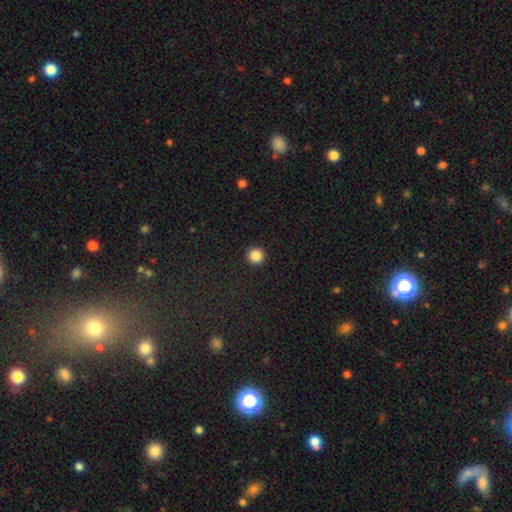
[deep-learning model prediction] A smooth galaxy with no disk features (86%) that is round (96%).

Vote fractions:
- Smooth or featured? smooth: 86% / star or artifact: 11% / featured or disk: 4%
- How rounded? round: 96% / in between: 3% / cigar-shaped: 1%
- Merging? none: 93% / minor disturbance: 4% / major disturbance: 2% / merger: 1%